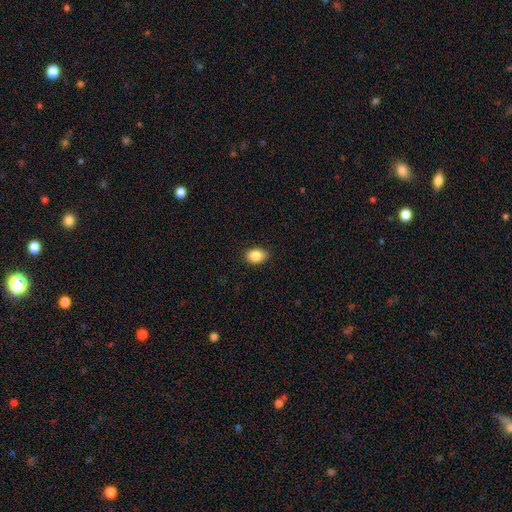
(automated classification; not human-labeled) Smooth or featured? smooth (86%)
How rounded? in between (77%)
Merging? none (88%)